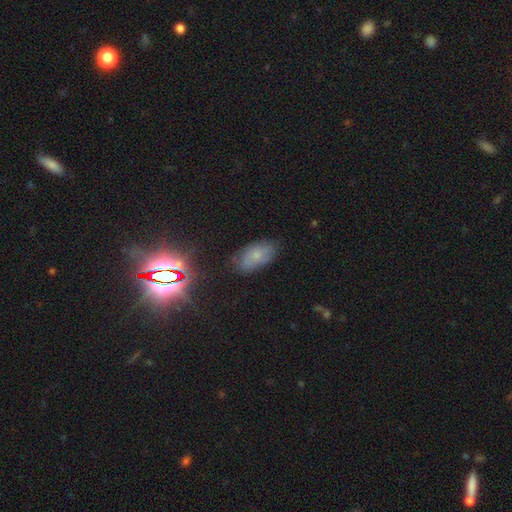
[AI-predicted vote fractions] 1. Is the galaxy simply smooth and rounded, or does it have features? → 55% smooth, 23% star or artifact, 22% featured or disk.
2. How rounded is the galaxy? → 91% in between, 6% round, 3% cigar-shaped.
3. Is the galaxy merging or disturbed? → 72% none, 20% minor disturbance, 6% major disturbance, 2% merger.